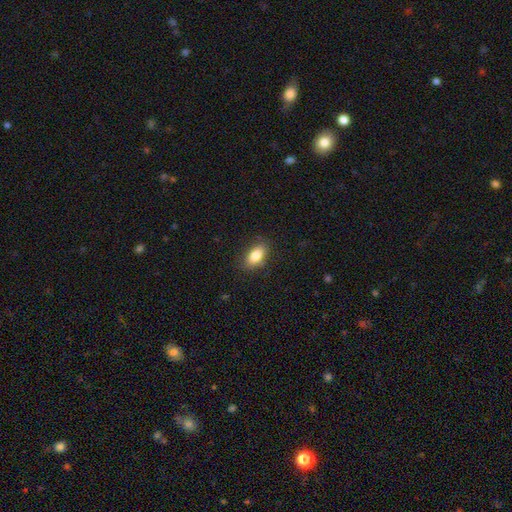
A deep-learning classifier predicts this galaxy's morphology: Q: Smooth or featured?
A: smooth (85%); runner-up: featured or disk (8%)
Q: How rounded?
A: in between (89%); runner-up: round (6%)
Q: Merging?
A: none (83%); runner-up: minor disturbance (12%)